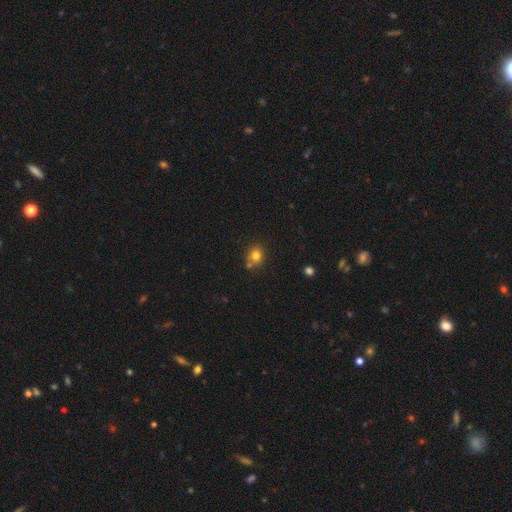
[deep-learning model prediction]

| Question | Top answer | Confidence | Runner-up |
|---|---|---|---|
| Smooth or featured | smooth | 80% | star or artifact (12%) |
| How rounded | round | 76% | in between (24%) |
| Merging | none | 69% | merger (15%) |